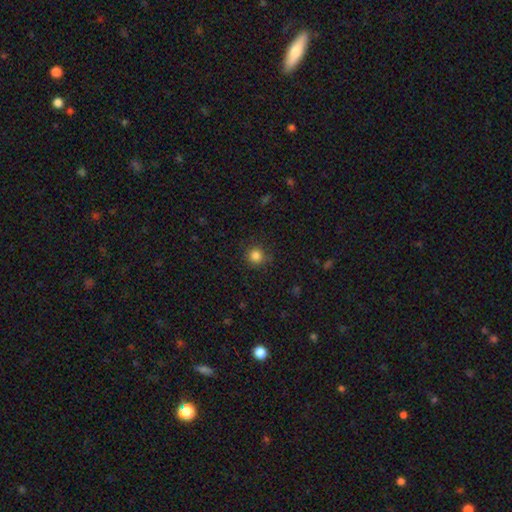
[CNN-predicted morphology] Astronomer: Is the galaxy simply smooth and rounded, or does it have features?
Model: smooth — 84%.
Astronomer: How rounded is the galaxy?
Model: round — 93%.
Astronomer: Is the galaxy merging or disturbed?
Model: none — 85%.